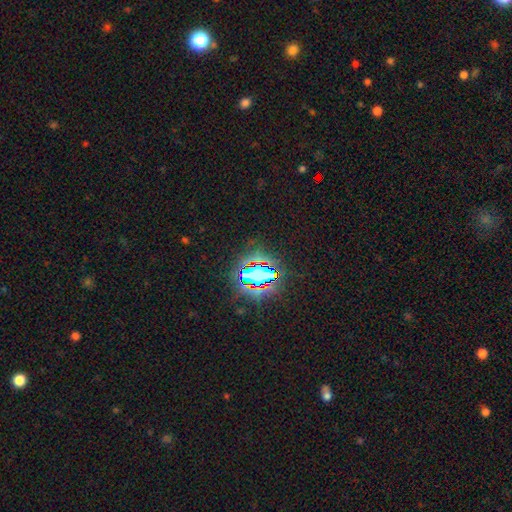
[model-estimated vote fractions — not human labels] star or artifact 82%, smooth 11%, featured or disk 8%.